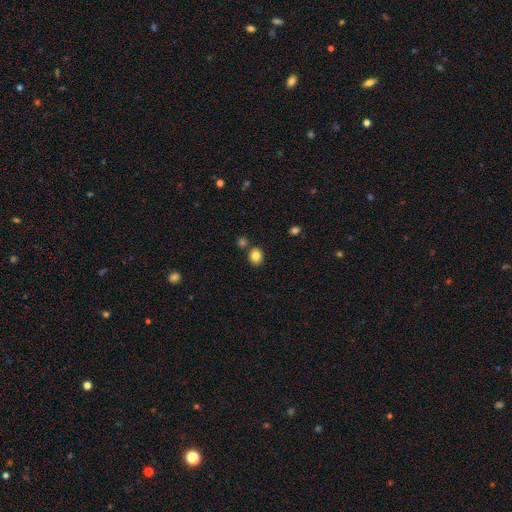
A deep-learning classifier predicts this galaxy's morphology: Q: Smooth or featured?
A: smooth (84%); runner-up: star or artifact (10%)
Q: How rounded?
A: round (62%); runner-up: in between (37%)
Q: Merging?
A: none (79%); runner-up: merger (10%)